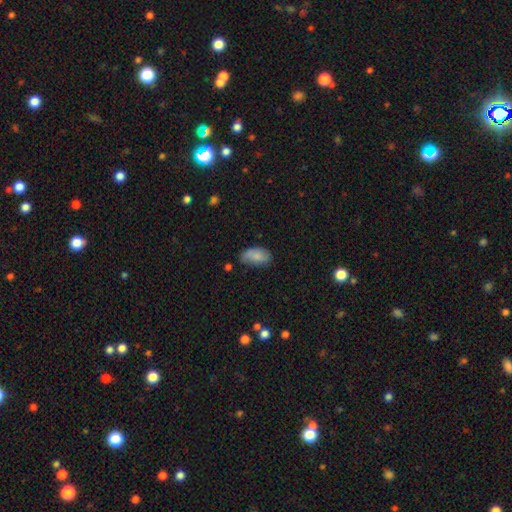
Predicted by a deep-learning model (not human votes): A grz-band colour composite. It shows a smooth galaxy with no disk features (79%) that is in between round and cigar-shaped (93%). Merging: none (62%).